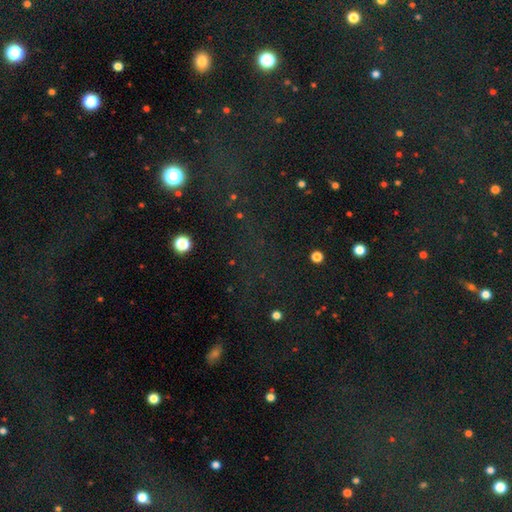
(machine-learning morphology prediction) A star or artifact, not a galaxy (74%).

Vote fractions:
- Smooth or featured? star or artifact: 74% / smooth: 16% / featured or disk: 10%